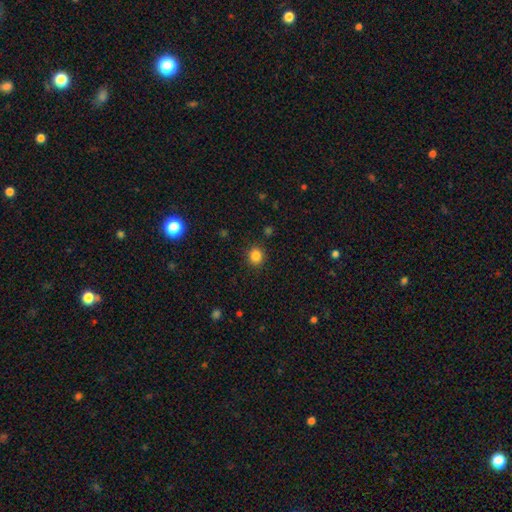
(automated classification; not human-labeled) Morphology: type=smooth (84%); roundness=round (82%); merging=none (89%).